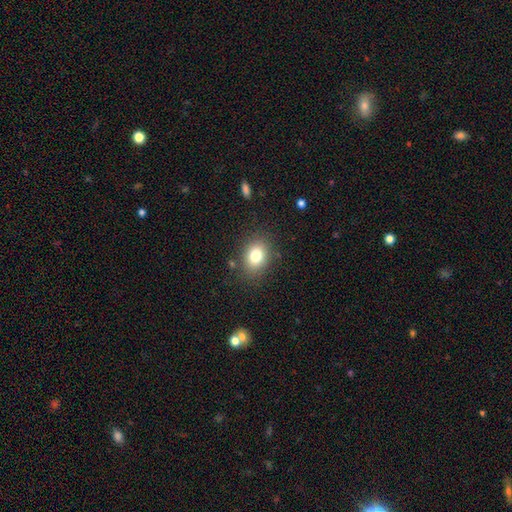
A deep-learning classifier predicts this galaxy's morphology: smooth_or_featured: smooth (p=0.80) [alt: star or artifact p=0.11]
how_rounded: in between (p=0.62) [alt: round p=0.37]
merging: none (p=0.82) [alt: minor disturbance p=0.11]